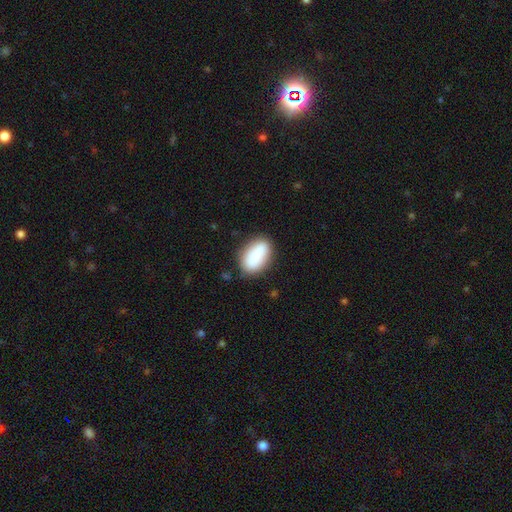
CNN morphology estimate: This appears to be a smooth galaxy with no disk features (83%) that is in between round and cigar-shaped (91%). Merging: none (72%).